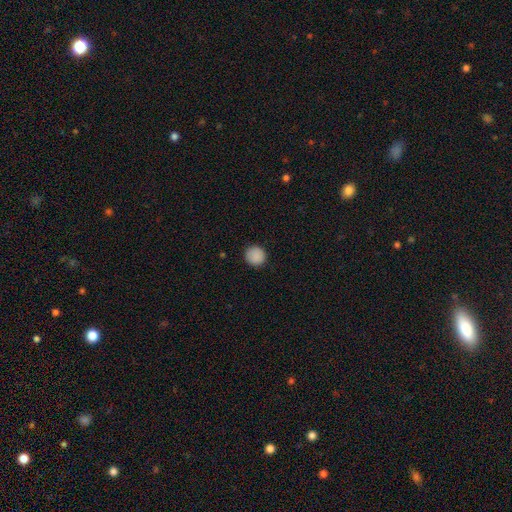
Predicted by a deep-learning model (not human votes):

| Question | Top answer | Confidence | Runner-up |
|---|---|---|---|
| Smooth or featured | smooth | 89% | star or artifact (8%) |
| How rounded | round | 94% | in between (5%) |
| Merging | none | 91% | minor disturbance (6%) |